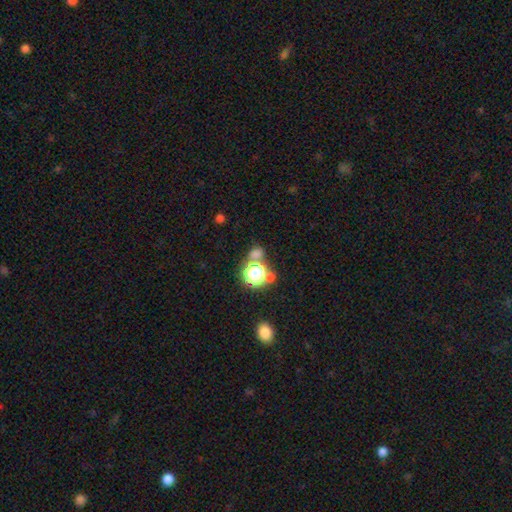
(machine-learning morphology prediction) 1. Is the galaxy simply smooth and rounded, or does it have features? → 48% smooth, 44% star or artifact, 8% featured or disk.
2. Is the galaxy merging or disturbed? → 64% none, 21% merger, 9% minor disturbance, 6% major disturbance.